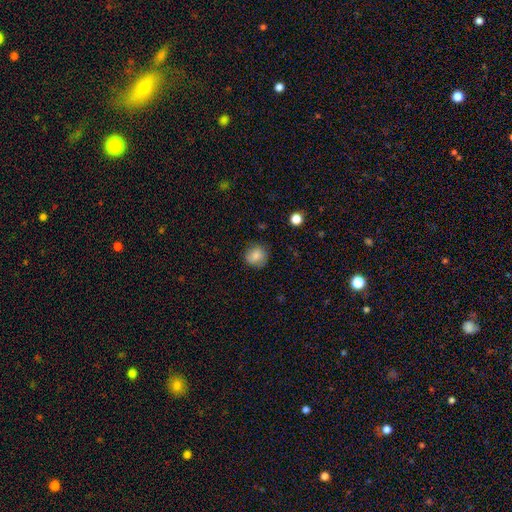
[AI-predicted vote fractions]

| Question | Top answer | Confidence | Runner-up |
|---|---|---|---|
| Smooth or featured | smooth | 83% | star or artifact (9%) |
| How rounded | round | 83% | in between (16%) |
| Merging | none | 79% | minor disturbance (16%) |